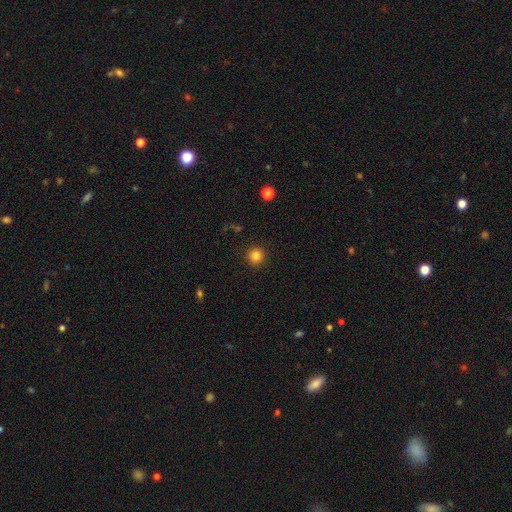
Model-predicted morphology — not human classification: Q: Smooth or featured?
A: smooth (83%); runner-up: star or artifact (12%)
Q: How rounded?
A: round (96%); runner-up: in between (4%)
Q: Merging?
A: none (92%); runner-up: minor disturbance (5%)